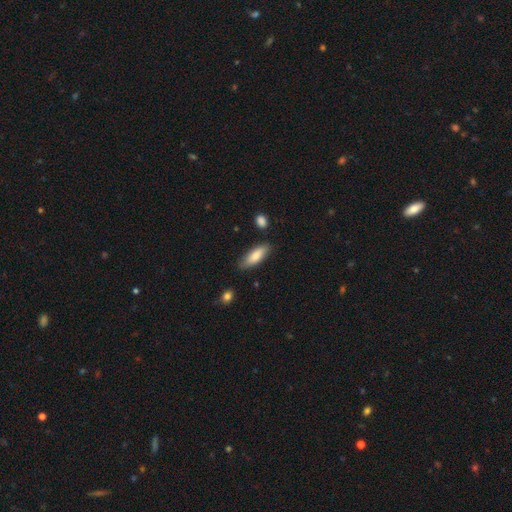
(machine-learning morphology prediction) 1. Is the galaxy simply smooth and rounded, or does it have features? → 82% smooth, 12% featured or disk, 6% star or artifact.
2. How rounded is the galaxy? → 62% in between, 37% cigar-shaped, 2% round.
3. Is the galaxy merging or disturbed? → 81% none, 14% minor disturbance, 3% major disturbance, 3% merger.